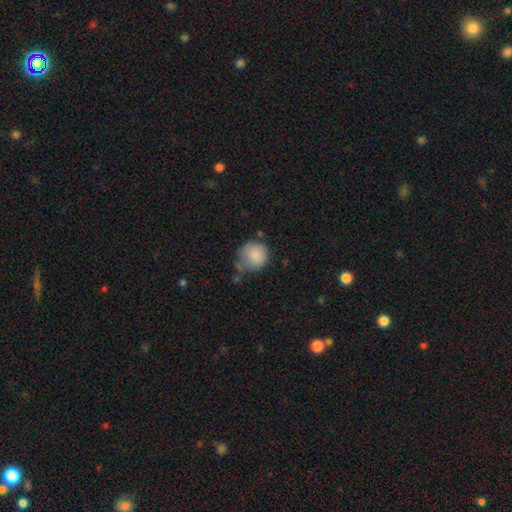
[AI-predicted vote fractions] smooth 85%, star or artifact 8%, featured or disk 8%. Down the decision tree: how rounded — round (86%); merging — none (47%).